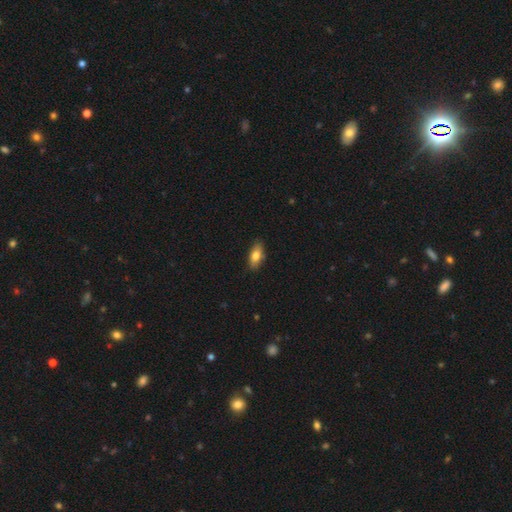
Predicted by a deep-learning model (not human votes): smooth 77%, featured or disk 16%, star or artifact 7%. Down the decision tree: how rounded — in between (84%); merging — none (86%).